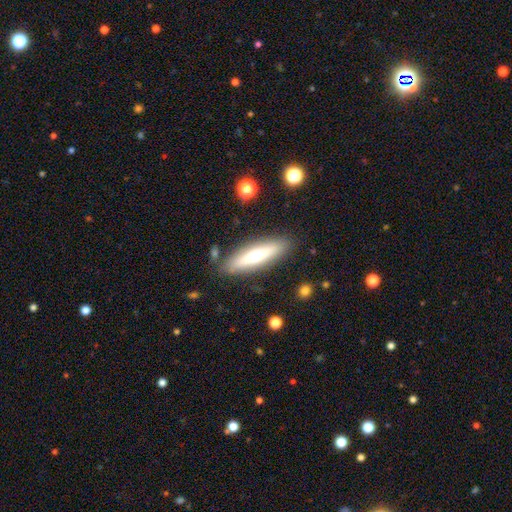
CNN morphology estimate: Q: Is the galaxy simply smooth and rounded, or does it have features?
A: smooth — 48%.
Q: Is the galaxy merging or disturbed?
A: none — 85%.